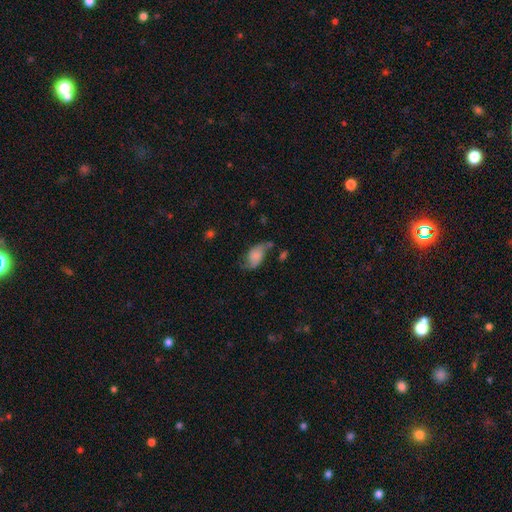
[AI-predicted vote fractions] smooth 52%, featured or disk 39%, star or artifact 9%. Down the decision tree: how rounded — in between (90%); merging — none (42%).